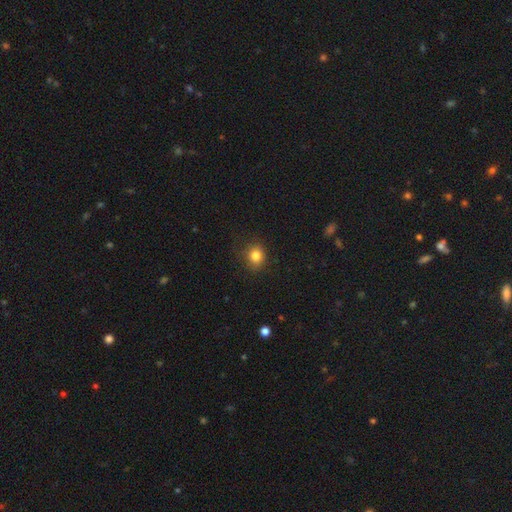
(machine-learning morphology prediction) Q: Smooth or featured?
A: smooth (83%); runner-up: star or artifact (11%)
Q: How rounded?
A: round (72%); runner-up: in between (27%)
Q: Merging?
A: none (83%); runner-up: minor disturbance (12%)